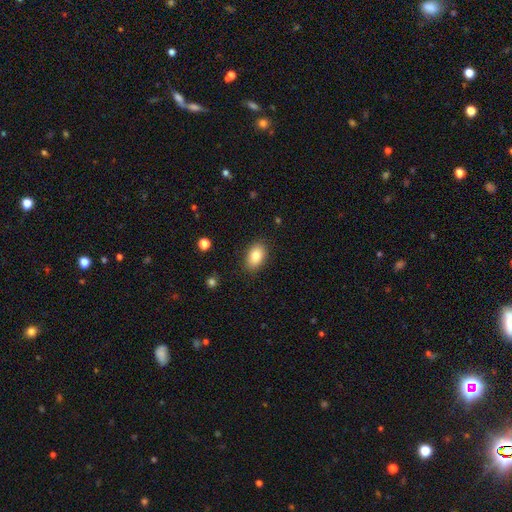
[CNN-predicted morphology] A smooth galaxy with no disk features (84%) that is in between round and cigar-shaped (88%). Merging: none (86%).